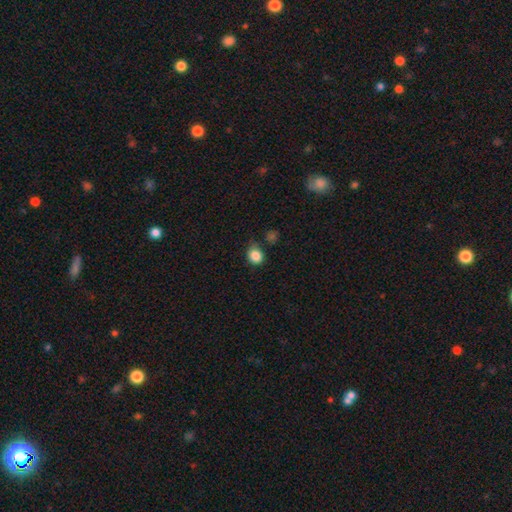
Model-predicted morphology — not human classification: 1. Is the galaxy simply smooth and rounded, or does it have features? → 86% smooth, 10% star or artifact, 4% featured or disk.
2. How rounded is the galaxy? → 69% round, 30% in between, 1% cigar-shaped.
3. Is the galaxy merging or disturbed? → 68% none, 22% minor disturbance, 5% major disturbance, 5% merger.